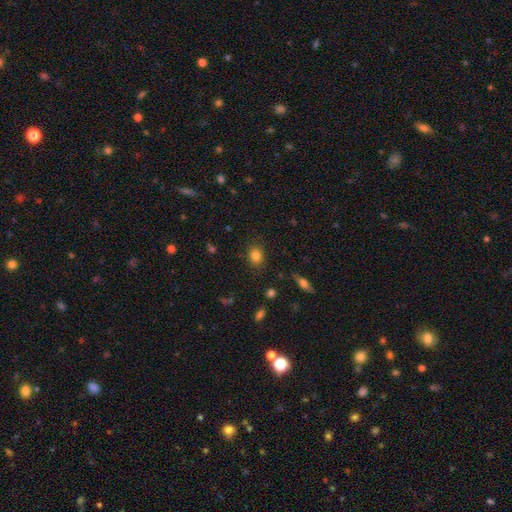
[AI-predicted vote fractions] This is clearly a smooth galaxy (82%). How rounded: likely round (61%). Merging: clearly none (85%).